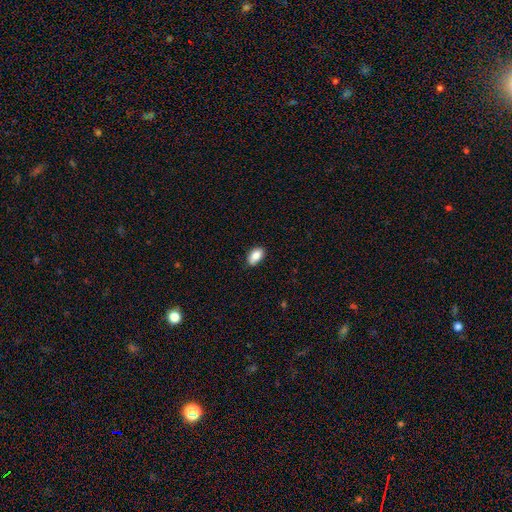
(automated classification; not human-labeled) Smooth or featured?
  - smooth: 85% *
  - star or artifact: 8%
  - featured or disk: 7%
How rounded?
  - in between: 90% *
  - round: 9%
  - cigar-shaped: 2%
Merging?
  - none: 75% *
  - minor disturbance: 21%
  - major disturbance: 3%
  - merger: 2%